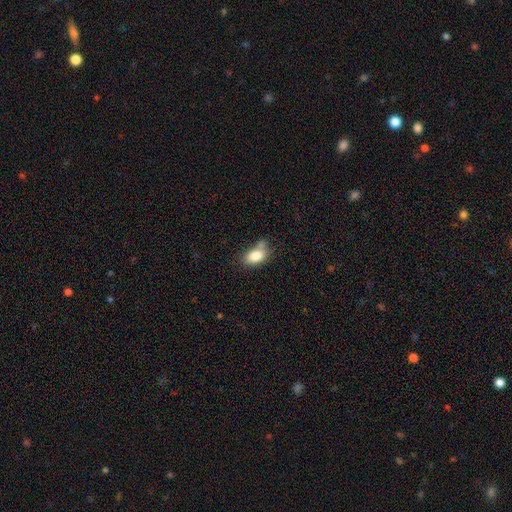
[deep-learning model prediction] This appears to be a smooth galaxy with no disk features (83%) that is in between round and cigar-shaped (89%). Merging: none (50%).